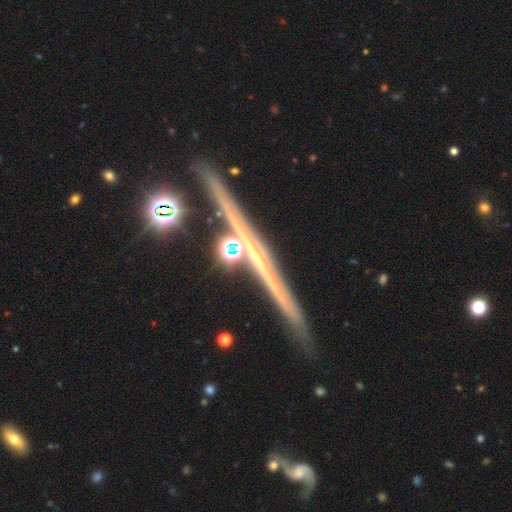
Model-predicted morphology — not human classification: smooth_or_featured: featured or disk (p=0.75) [alt: star or artifact p=0.12]
disk_edge_on: yes (p=0.97) [alt: no p=0.03]
edge_on_bulge: none (p=0.53) [alt: rounded p=0.40]
merging: none (p=0.84) [alt: minor disturbance p=0.08]